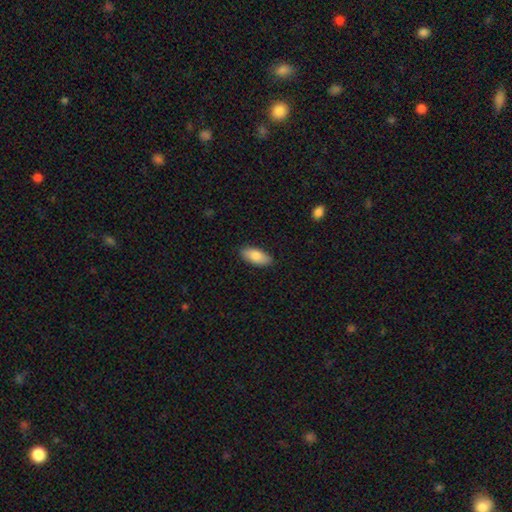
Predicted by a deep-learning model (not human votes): The model was most divided on "smooth or featured": smooth: 83%, featured or disk: 11%, star or artifact: 6%. More confident: how rounded — in between (87%); merging — none (87%).